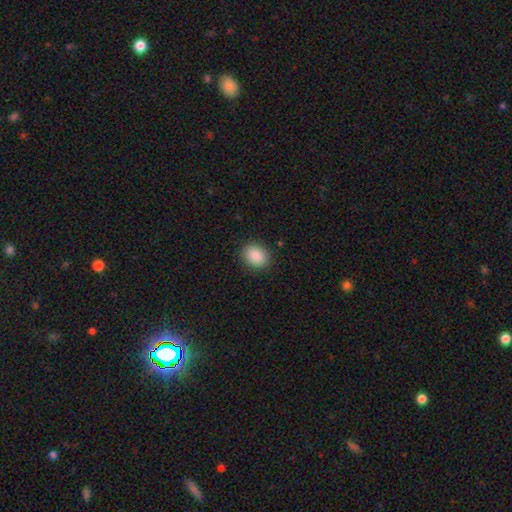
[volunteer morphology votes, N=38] smooth 89%, star or artifact 8%, featured or disk 3%. Down the decision tree: how rounded — in between (62%); merging — none (86%).